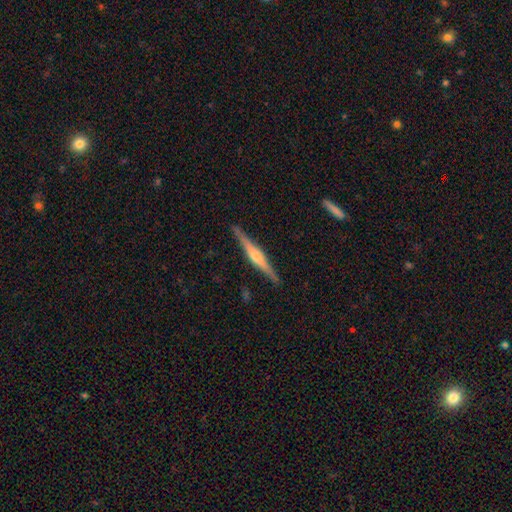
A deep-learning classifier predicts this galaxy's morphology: Overall: featured or disk (74%). Edge-on disk: yes (98%). Edge-on bulge: rounded (71%). Merging: none (90%).